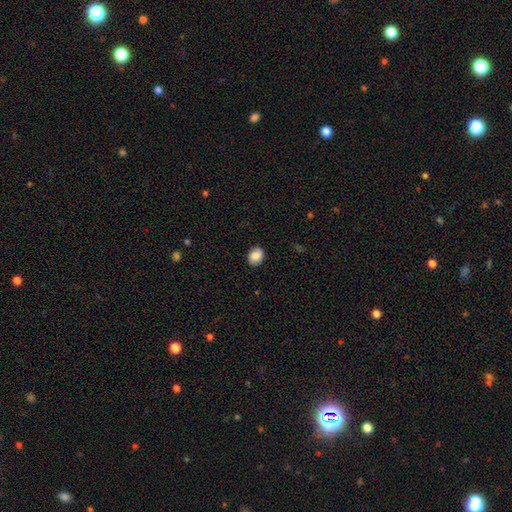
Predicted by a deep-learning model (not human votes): Smooth or featured? Predicted: smooth (p=0.82). How rounded? Predicted: in between (p=0.52). Merging? Predicted: none (p=0.87).